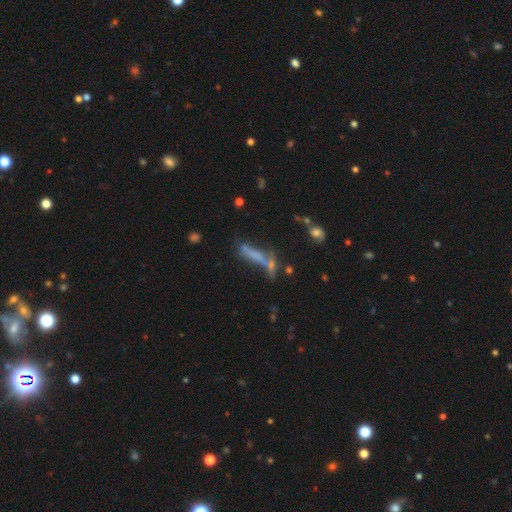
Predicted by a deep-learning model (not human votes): Smooth or featured? Predicted: smooth (p=0.50). Merging? Predicted: none (p=0.39).